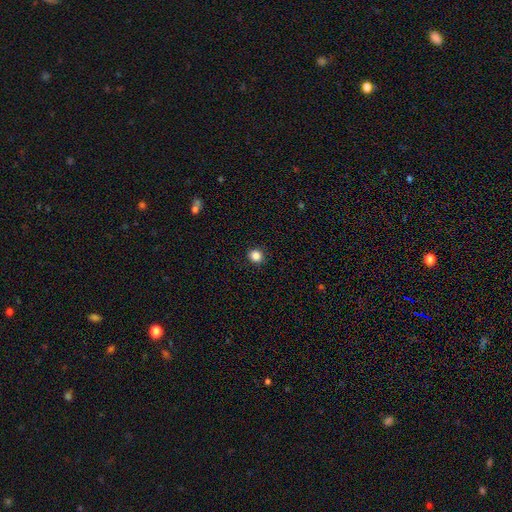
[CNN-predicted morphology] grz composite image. It shows a smooth galaxy with no disk features (86%) that is round (87%). Merging: none (91%).